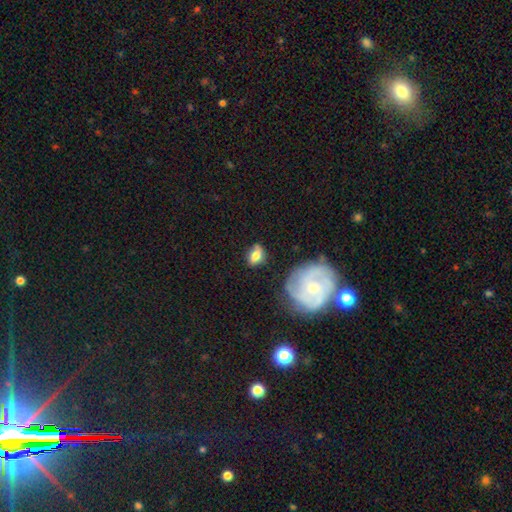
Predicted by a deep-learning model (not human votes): smooth_or_featured: smooth (p=0.66) [alt: featured or disk p=0.25]
how_rounded: in between (p=0.71) [alt: round p=0.26]
merging: none (p=0.66) [alt: minor disturbance p=0.21]